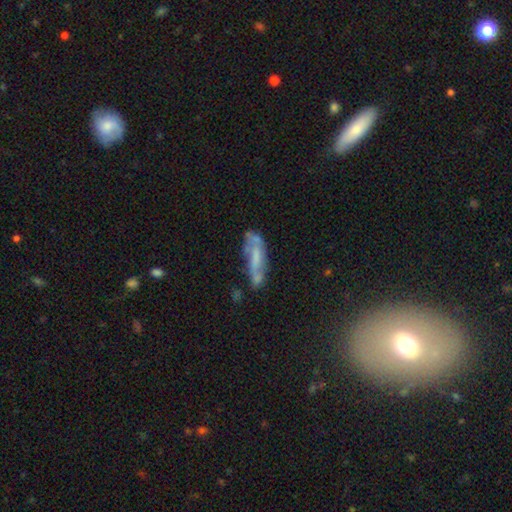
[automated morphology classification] type=featured or disk (53%); edge-on=no (77%); merging=none (43%).